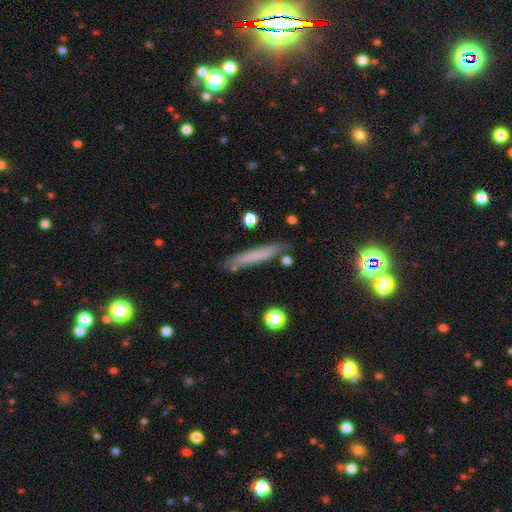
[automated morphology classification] The model was most divided on "smooth or featured": smooth: 65%, featured or disk: 25%, star or artifact: 11%. More confident: how rounded — cigar-shaped (94%); merging — none (82%).